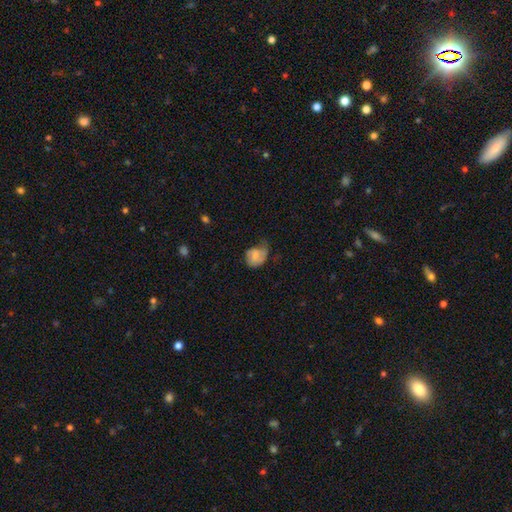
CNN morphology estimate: This appears to be a smooth galaxy with no disk features (66%) that is in between round and cigar-shaped (52%). Merging: minor disturbance (37%).